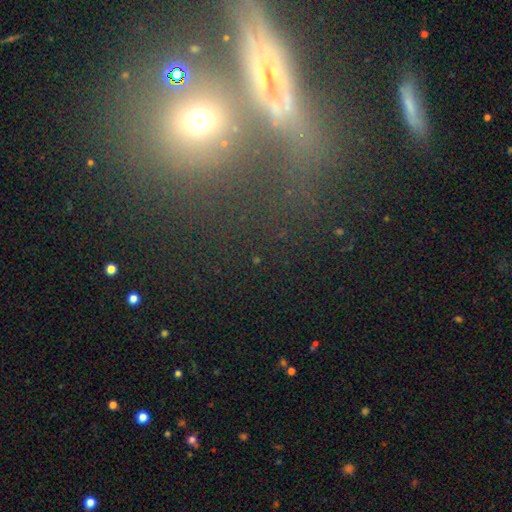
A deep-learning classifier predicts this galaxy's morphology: A smooth galaxy with no disk features (40%).

Vote fractions:
- Smooth or featured? smooth: 40% / star or artifact: 35% / featured or disk: 25%
- Merging? none: 53% / merger: 22% / minor disturbance: 14% / major disturbance: 12%